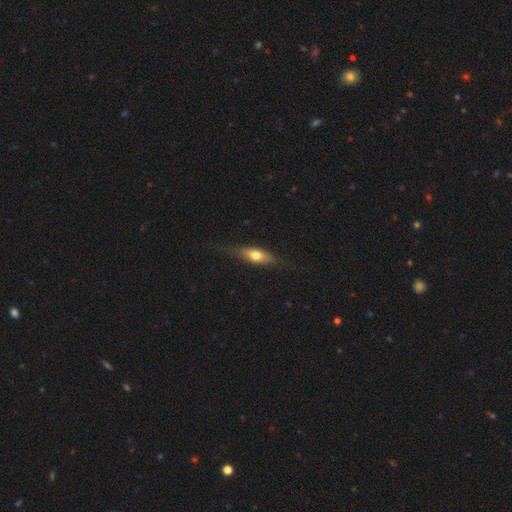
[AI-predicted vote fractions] This appears to be a smooth galaxy with no disk features (63%) that is in between round and cigar-shaped (58%). Merging: none (69%).